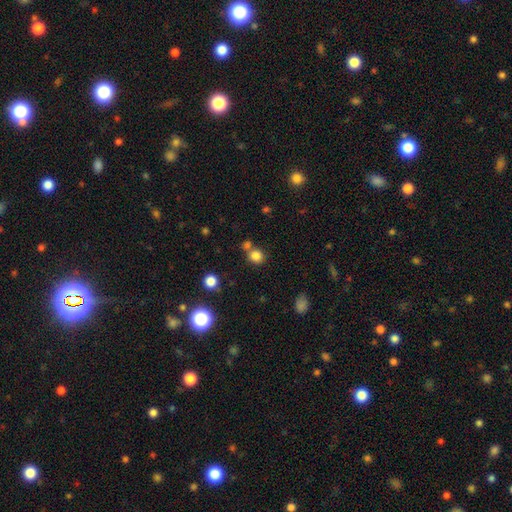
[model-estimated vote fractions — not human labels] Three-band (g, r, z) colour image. It shows a smooth galaxy with no disk features (81%) that is round (84%). Merging: none (64%).